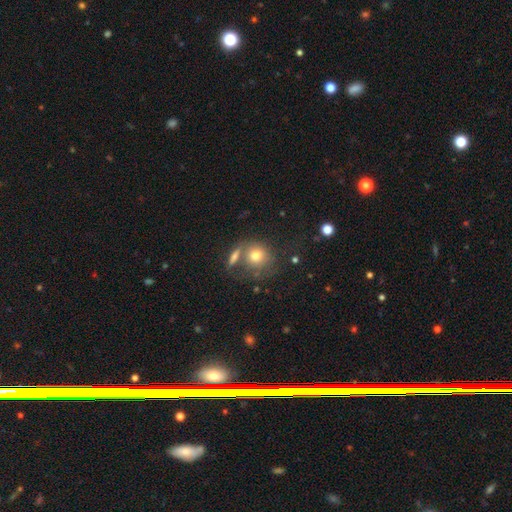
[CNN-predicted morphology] Q: Smooth or featured?
A: smooth (74%); runner-up: featured or disk (16%)
Q: How rounded?
A: round (83%); runner-up: in between (16%)
Q: Merging?
A: none (55%); runner-up: merger (25%)